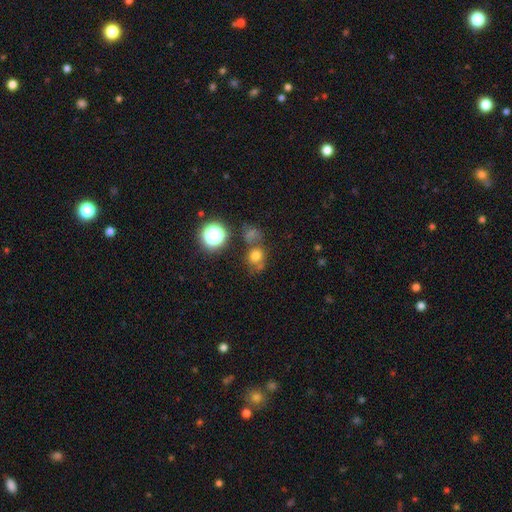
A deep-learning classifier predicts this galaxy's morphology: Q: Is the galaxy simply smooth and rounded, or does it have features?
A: smooth — 68%.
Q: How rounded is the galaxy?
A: round — 77%.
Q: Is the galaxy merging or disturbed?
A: none — 57%.